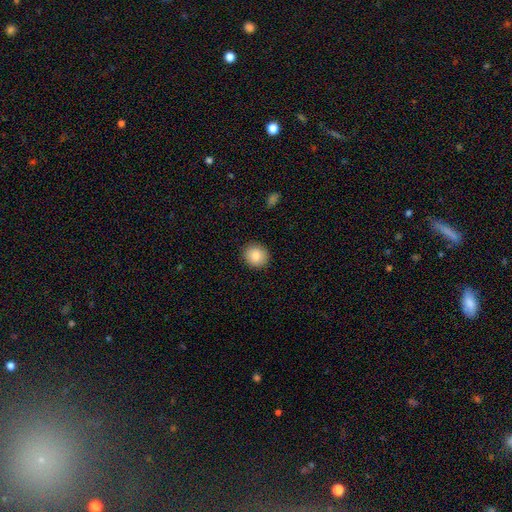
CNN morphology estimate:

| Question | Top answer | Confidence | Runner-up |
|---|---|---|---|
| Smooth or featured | smooth | 86% | star or artifact (8%) |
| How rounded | round | 84% | in between (15%) |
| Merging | none | 91% | minor disturbance (6%) |